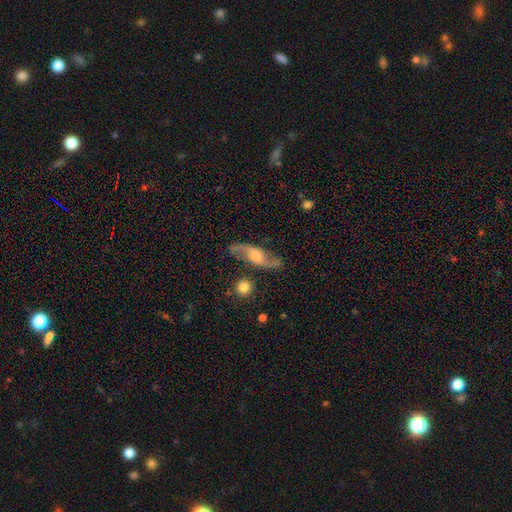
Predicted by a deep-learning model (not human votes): Smooth or featured? featured or disk (80%)
Edge-on disk? no (80%)
Bar? no (55%)
Spiral arms? yes (93%)
Spiral winding? loose (65%)
Spiral arm count? 2 (93%)
Bulge size? moderate (49%)
Merging? none (80%)